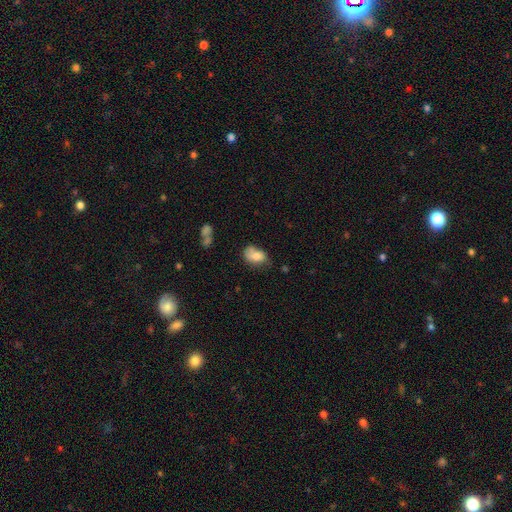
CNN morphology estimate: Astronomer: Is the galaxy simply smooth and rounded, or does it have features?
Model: smooth — 78%.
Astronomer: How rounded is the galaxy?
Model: in between — 83%.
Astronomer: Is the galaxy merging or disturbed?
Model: none — 42% (runner-up: minor disturbance, 34%).